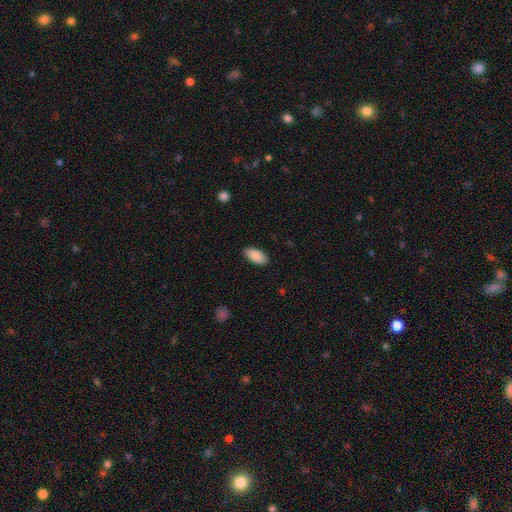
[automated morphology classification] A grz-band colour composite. It shows a smooth galaxy with no disk features (88%) that is in between round and cigar-shaped (93%). Merging: none (87%).